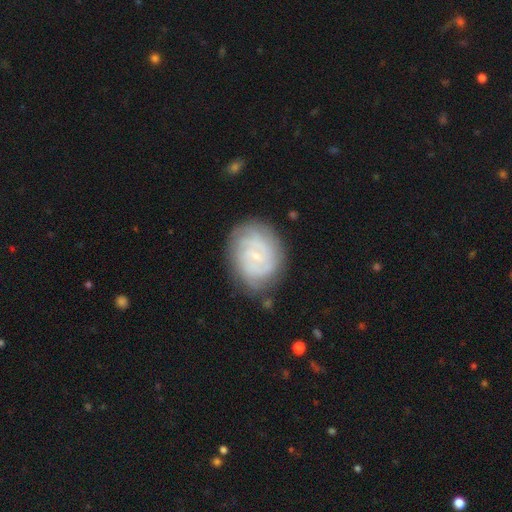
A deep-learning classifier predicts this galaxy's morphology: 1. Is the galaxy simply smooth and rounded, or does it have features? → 75% featured or disk, 18% smooth, 7% star or artifact.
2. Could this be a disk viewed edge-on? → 97% no, 3% yes.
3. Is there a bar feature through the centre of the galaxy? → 51% no, 41% weak, 8% strong.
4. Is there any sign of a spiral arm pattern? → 92% yes, 8% no.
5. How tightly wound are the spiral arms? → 70% tight, 24% medium, 6% loose.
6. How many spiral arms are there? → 39% can't tell, 26% 2, 15% 3, 9% 4, 5% more than 4, 5% 1.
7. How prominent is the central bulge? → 80% small, 13% moderate, 5% none, 1% large, 1% dominant.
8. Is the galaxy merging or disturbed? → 76% none, 17% minor disturbance, 5% major disturbance, 2% merger.